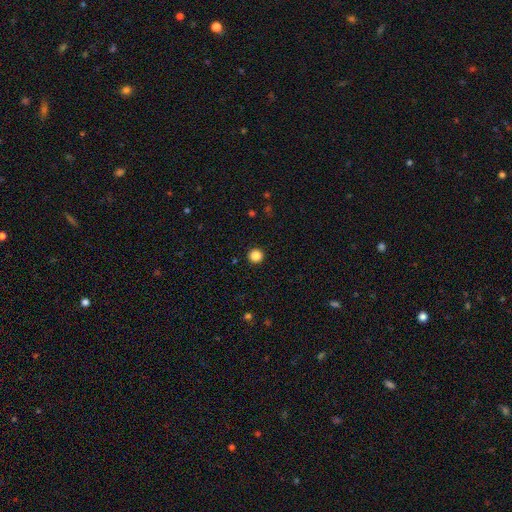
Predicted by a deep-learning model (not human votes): Smooth or featured? smooth (86%)
How rounded? round (96%)
Merging? none (94%)